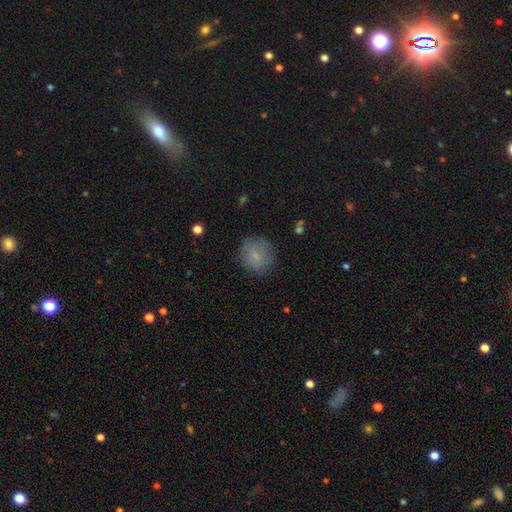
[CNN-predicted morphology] This is clearly a smooth galaxy (80%). How rounded: clearly round (84%). Merging: clearly none (82%).